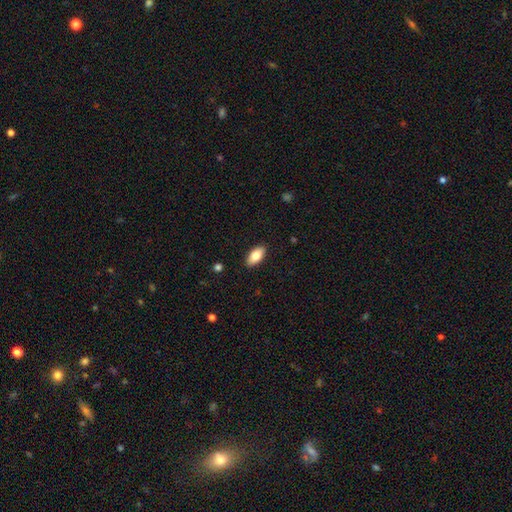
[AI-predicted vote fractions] A smooth galaxy with no disk features (80%) that is in between round and cigar-shaped (91%). Merging: none (89%).